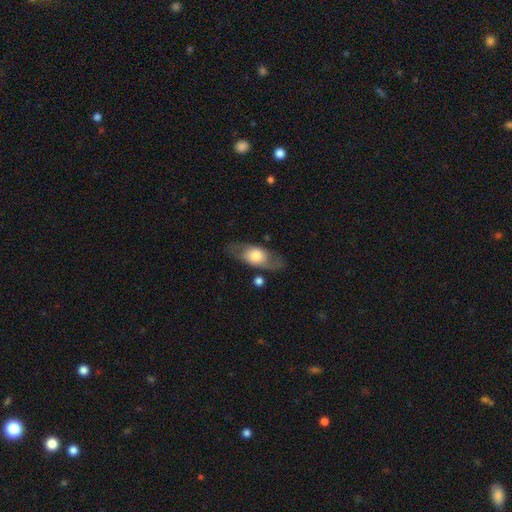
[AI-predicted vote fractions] A smooth galaxy with no disk features (55%) that is in between round and cigar-shaped (75%). Merging: none (74%).